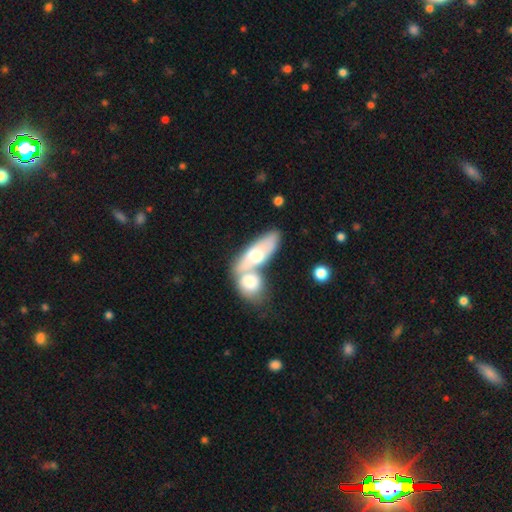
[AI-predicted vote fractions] Q: Smooth or featured?
A: smooth (54%); runner-up: featured or disk (39%)
Q: How rounded?
A: in between (71%); runner-up: cigar-shaped (22%)
Q: Merging?
A: merger (64%); runner-up: none (24%)